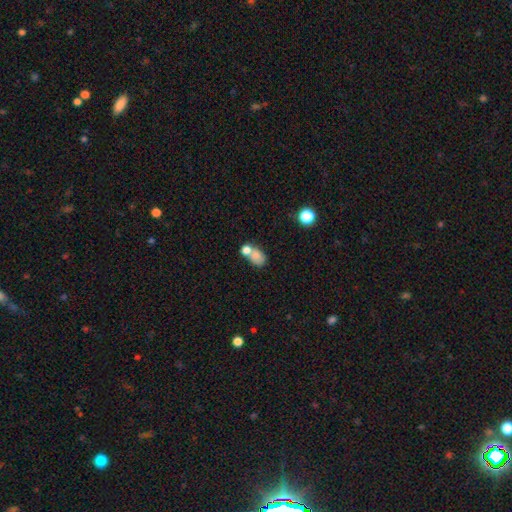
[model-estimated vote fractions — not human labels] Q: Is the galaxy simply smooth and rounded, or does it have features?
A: smooth — 76%.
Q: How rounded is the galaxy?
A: in between — 66%.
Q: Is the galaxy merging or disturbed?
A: merger — 54%.